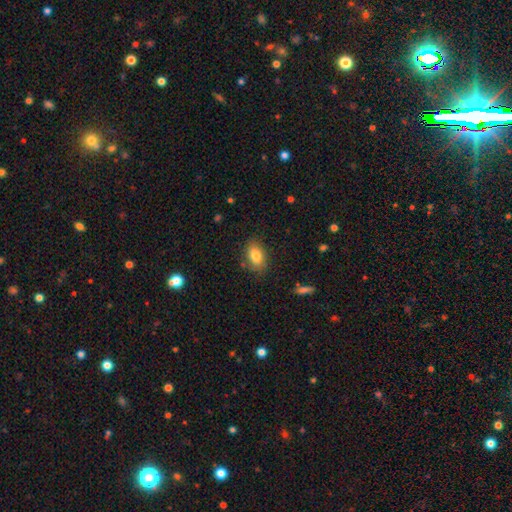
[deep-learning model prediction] Smooth or featured: smooth — 81% (featured or disk — 11%)
How rounded: in between — 86% (round — 12%)
Merging: none — 79% (minor disturbance — 15%)